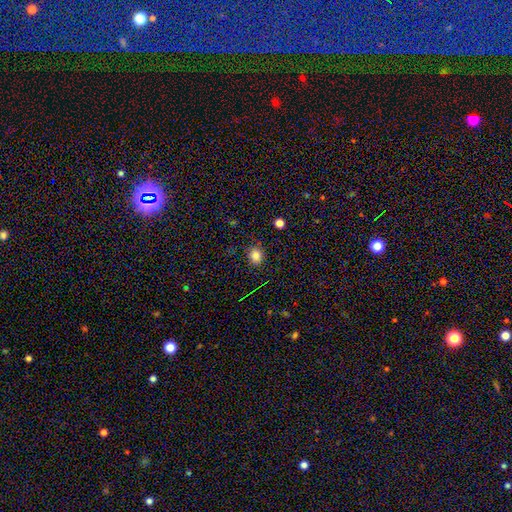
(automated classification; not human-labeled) A smooth galaxy with no disk features (83%) that is round (69%). Merging: none (85%).